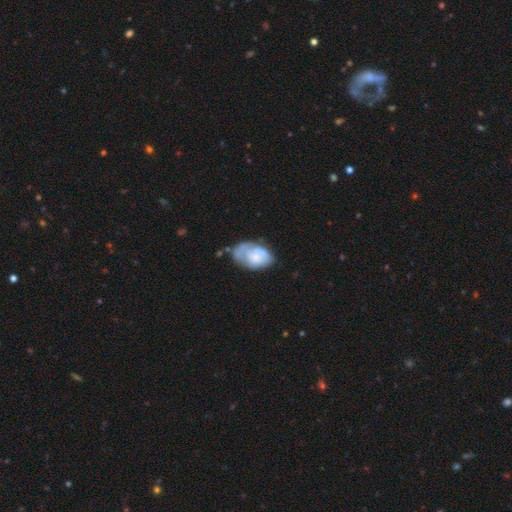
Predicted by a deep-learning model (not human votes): A featured or disk galaxy (49%).

Vote fractions:
- Smooth or featured? featured or disk: 49% / smooth: 44% / star or artifact: 7%
- Merging? none: 41% / minor disturbance: 32% / major disturbance: 19% / merger: 7%